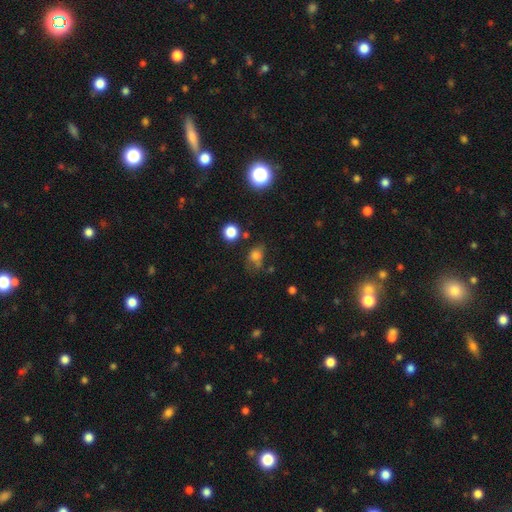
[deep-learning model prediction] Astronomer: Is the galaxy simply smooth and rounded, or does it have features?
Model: smooth — 69%.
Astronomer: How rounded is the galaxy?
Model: in between — 52% (runner-up: round, 46%).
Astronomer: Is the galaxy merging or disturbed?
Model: none — 49% (runner-up: minor disturbance, 25%).